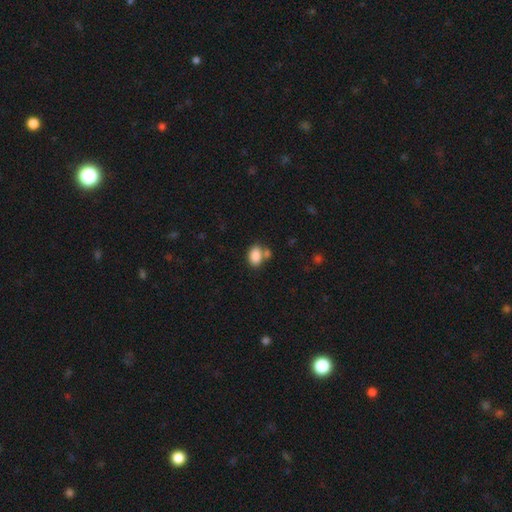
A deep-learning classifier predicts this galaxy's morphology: Smooth or featured?
  - smooth: 87% *
  - star or artifact: 9%
  - featured or disk: 5%
How rounded?
  - in between: 84% *
  - round: 14%
  - cigar-shaped: 1%
Merging?
  - none: 60% *
  - merger: 23%
  - minor disturbance: 13%
  - major disturbance: 4%